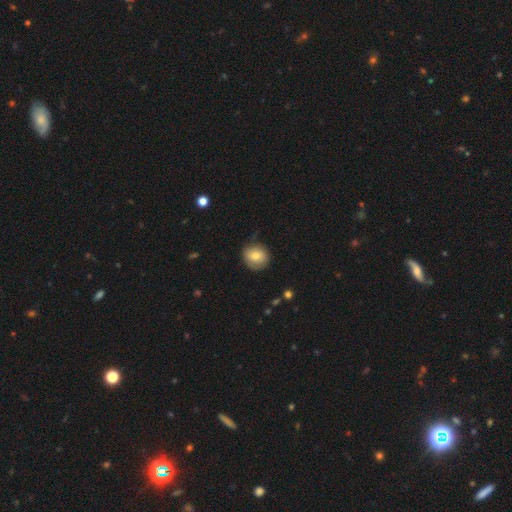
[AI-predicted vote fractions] A smooth galaxy with no disk features (76%) that is round (84%). Merging: none (77%).